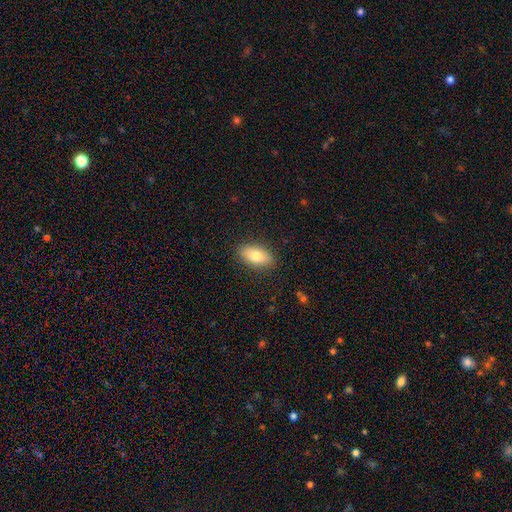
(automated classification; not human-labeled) A smooth galaxy with no disk features (76%) that is in between round and cigar-shaped (89%). Merging: none (88%).